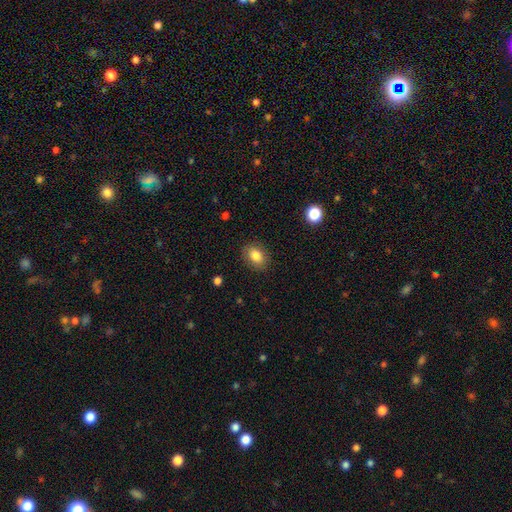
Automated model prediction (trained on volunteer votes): Smooth or featured?
  - smooth: 84% *
  - star or artifact: 9%
  - featured or disk: 8%
How rounded?
  - in between: 68% *
  - round: 31%
  - cigar-shaped: 1%
Merging?
  - none: 87% *
  - minor disturbance: 9%
  - major disturbance: 3%
  - merger: 1%